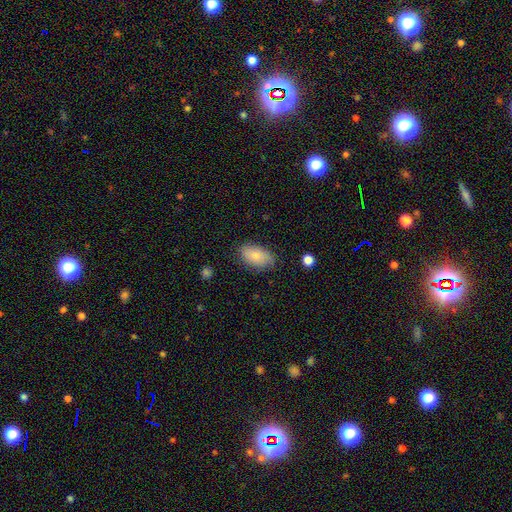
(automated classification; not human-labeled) This is likely a smooth galaxy (78%). How rounded: clearly in between (93%). Merging: likely none (76%).